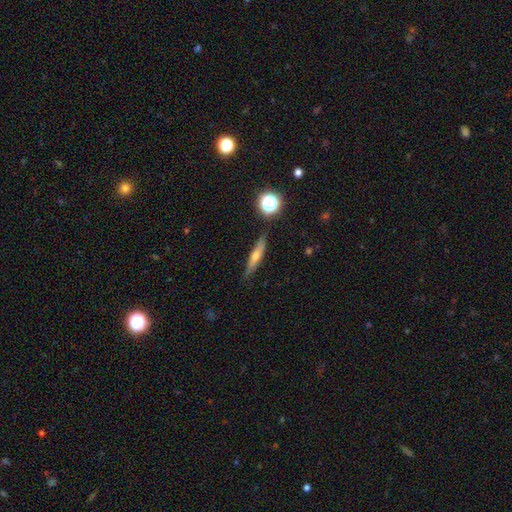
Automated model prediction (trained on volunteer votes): smooth_or_featured: featured or disk (p=0.49) [alt: smooth p=0.41]
merging: none (p=0.86) [alt: minor disturbance p=0.10]